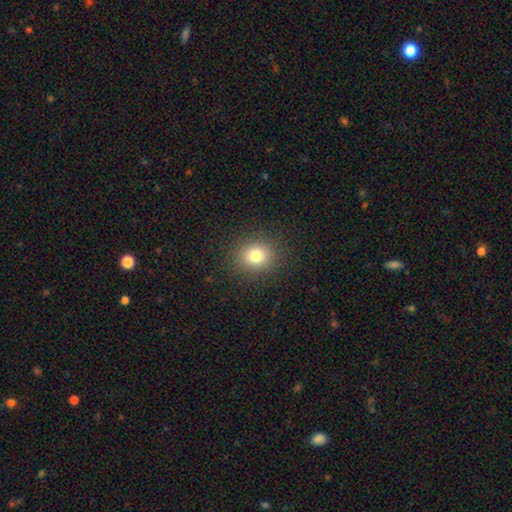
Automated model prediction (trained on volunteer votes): smooth_or_featured: smooth (p=0.78) [alt: star or artifact p=0.14]
how_rounded: round (p=0.78) [alt: in between p=0.21]
merging: none (p=0.89) [alt: minor disturbance p=0.07]